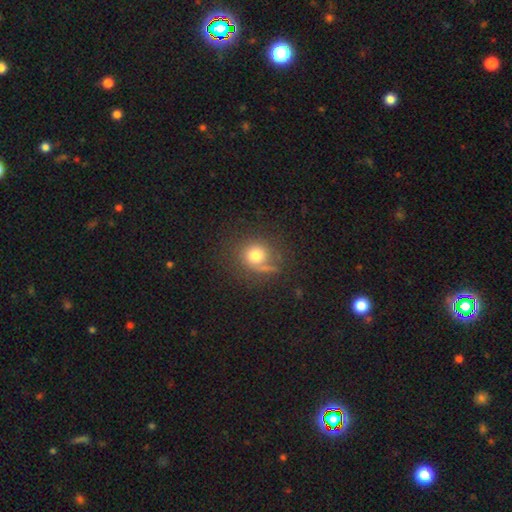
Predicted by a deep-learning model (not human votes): Overall: smooth (72%). How rounded: round (84%). Merging: none (65%).